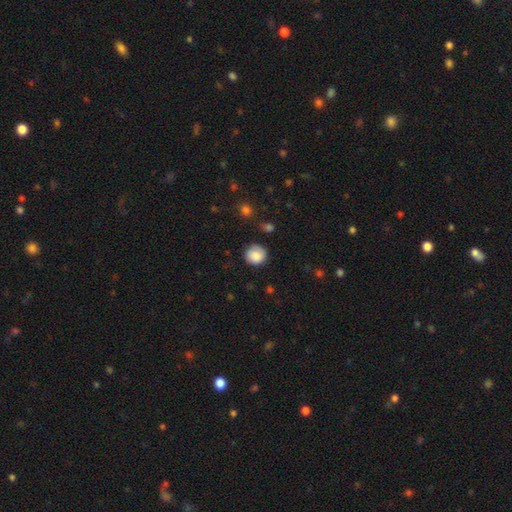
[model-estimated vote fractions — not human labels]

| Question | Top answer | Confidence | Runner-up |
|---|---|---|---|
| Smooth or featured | smooth | 86% | star or artifact (8%) |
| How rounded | round | 92% | in between (7%) |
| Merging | none | 81% | minor disturbance (14%) |